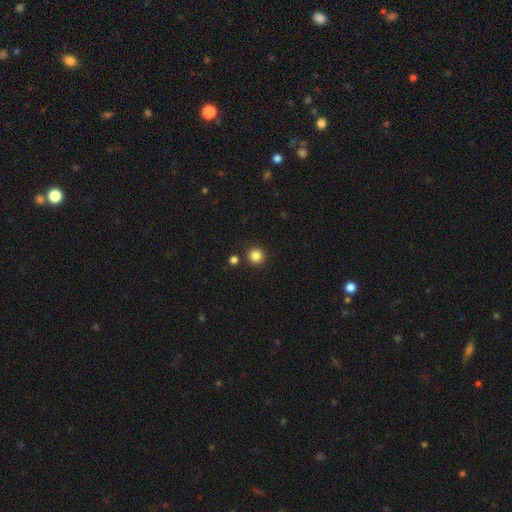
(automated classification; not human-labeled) Smooth or featured? Predicted: smooth (p=0.84). How rounded? Predicted: round (p=0.95). Merging? Predicted: none (p=0.89).